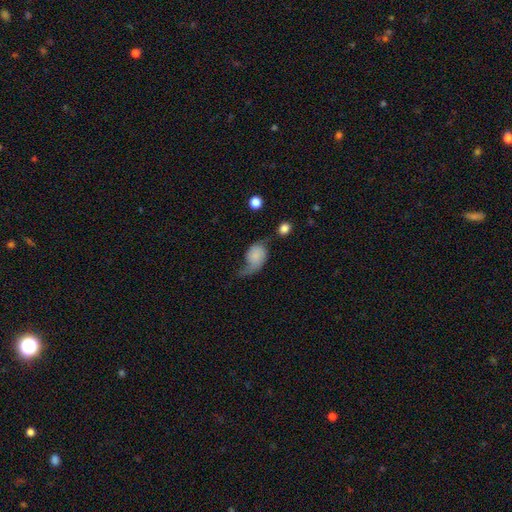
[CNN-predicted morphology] Q: Smooth or featured?
A: smooth (51%); runner-up: featured or disk (40%)
Q: How rounded?
A: in between (73%); runner-up: round (26%)
Q: Merging?
A: major disturbance (34%); runner-up: minor disturbance (32%)